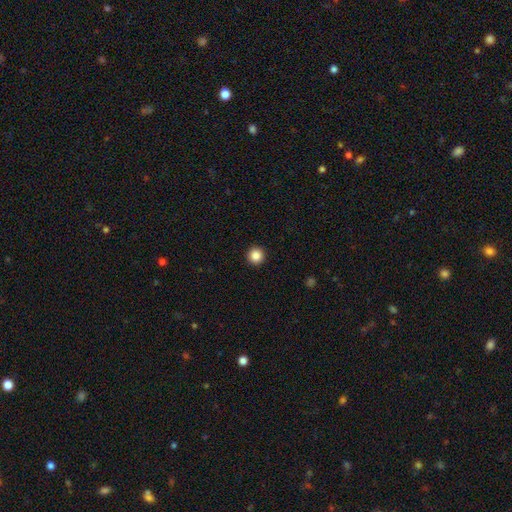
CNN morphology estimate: Overall: smooth (86%). How rounded: round (96%). Merging: none (94%).